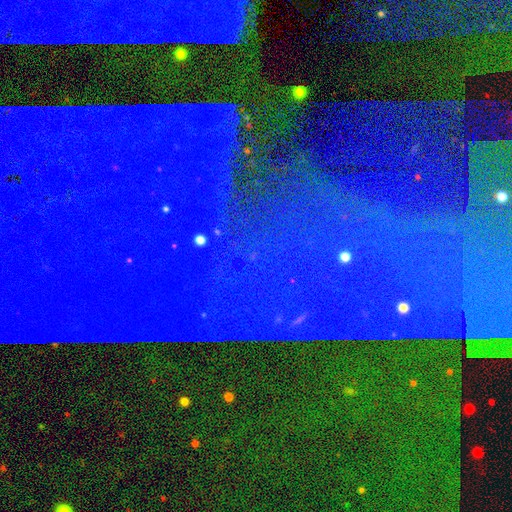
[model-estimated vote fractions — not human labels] This appears to be a star or artifact, not a galaxy (86%).